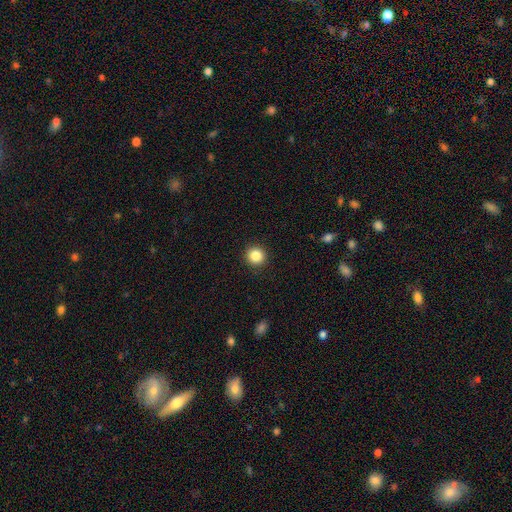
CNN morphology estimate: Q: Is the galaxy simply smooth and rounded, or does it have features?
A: smooth — 86%.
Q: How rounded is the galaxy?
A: round — 94%.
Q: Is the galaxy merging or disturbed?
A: none — 92%.